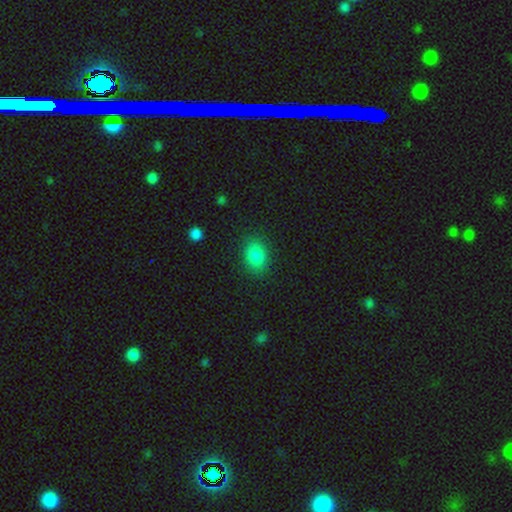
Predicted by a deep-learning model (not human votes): smooth-or-featured: smooth: 86% | star or artifact: 9% | featured or disk: 5%
  how-rounded: in between: 74% | round: 24% | cigar-shaped: 1%
  merging: none: 85% | minor disturbance: 10% | major disturbance: 3% | merger: 1%